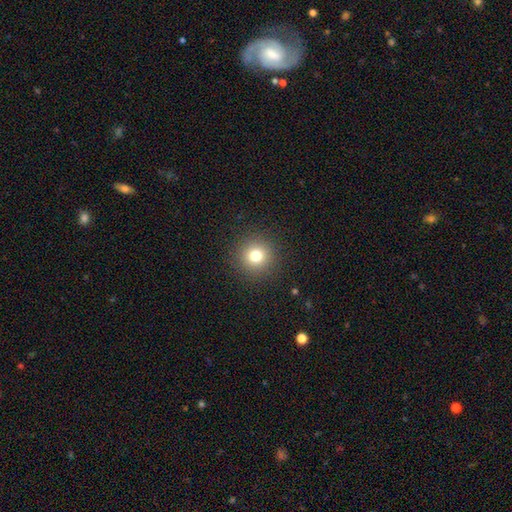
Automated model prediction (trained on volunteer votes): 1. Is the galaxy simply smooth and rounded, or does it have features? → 78% smooth, 14% star or artifact, 8% featured or disk.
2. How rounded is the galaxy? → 95% round, 4% in between, 1% cigar-shaped.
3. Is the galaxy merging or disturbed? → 91% none, 5% minor disturbance, 3% major disturbance, 1% merger.